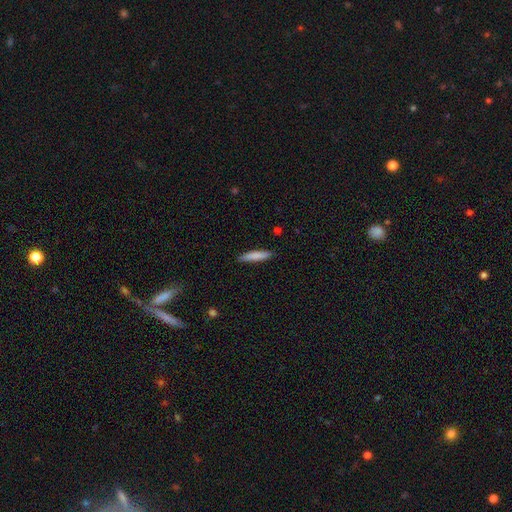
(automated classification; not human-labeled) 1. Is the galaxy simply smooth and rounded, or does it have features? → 82% smooth, 13% featured or disk, 6% star or artifact.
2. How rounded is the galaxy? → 87% cigar-shaped, 12% in between, 1% round.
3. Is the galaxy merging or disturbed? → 88% none, 9% minor disturbance, 2% major disturbance, 1% merger.